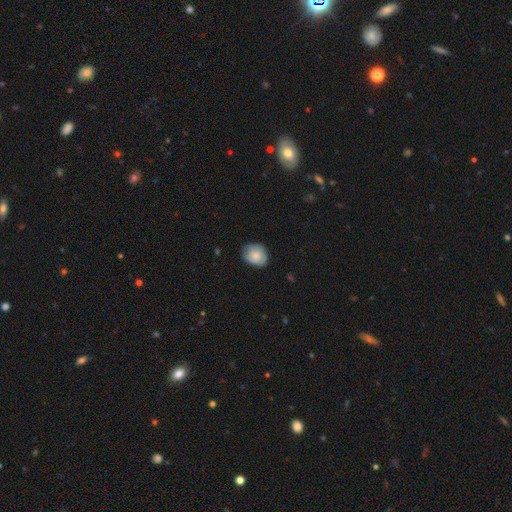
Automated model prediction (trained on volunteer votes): Morphology: type=smooth (76%); roundness=round (51%); merging=none (69%).